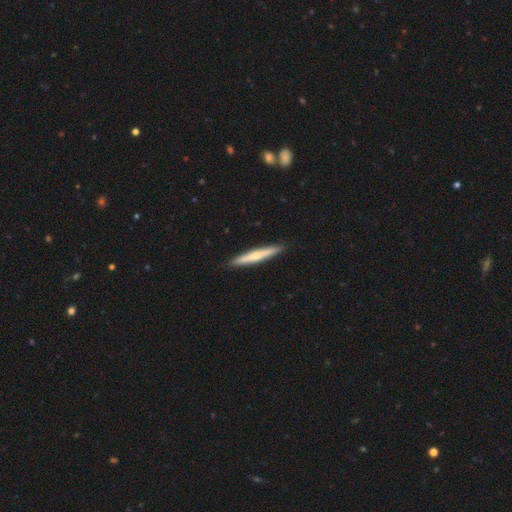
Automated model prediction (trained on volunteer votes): Overall: smooth (52%; featured or disk 43%). How rounded: cigar-shaped (95%). Merging: none (92%).